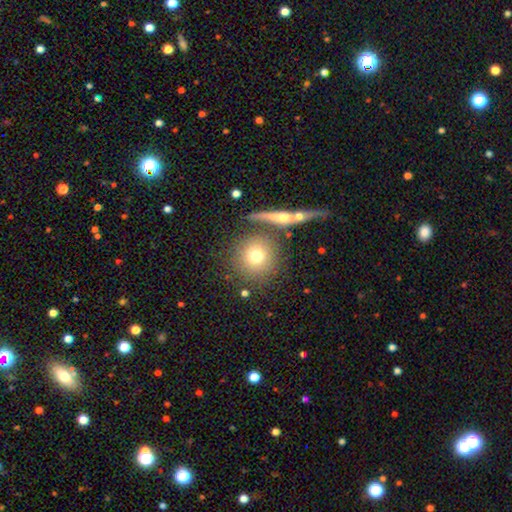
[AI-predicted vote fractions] This appears to be a smooth galaxy with no disk features (72%) that is round (91%). Merging: none (75%).